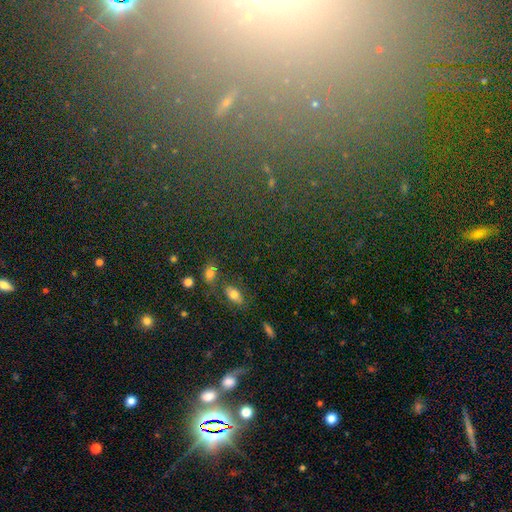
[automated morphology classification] Smooth or featured: star or artifact — 68% (smooth — 19%)